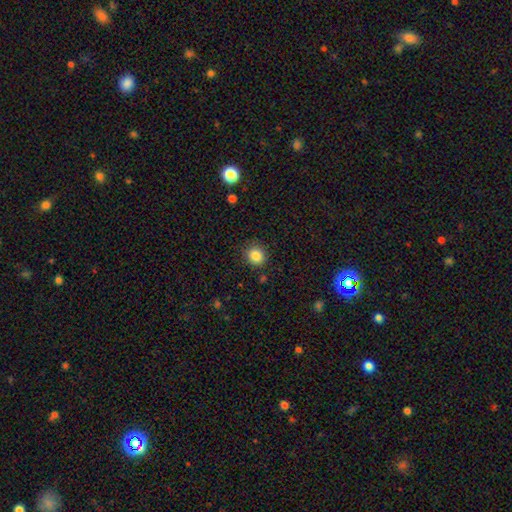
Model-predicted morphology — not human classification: Smooth or featured? smooth (85%)
How rounded? round (83%)
Merging? none (86%)